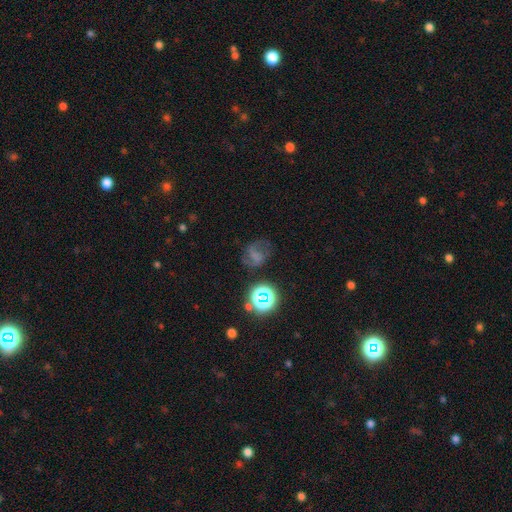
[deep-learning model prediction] Q: Smooth or featured?
A: featured or disk (44%); runner-up: smooth (33%)
Q: Merging?
A: none (56%); runner-up: minor disturbance (22%)